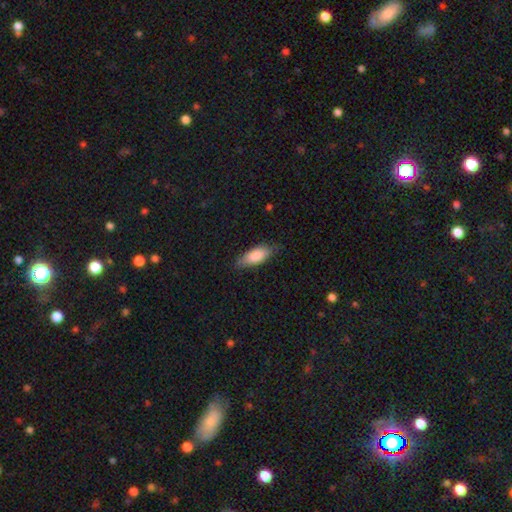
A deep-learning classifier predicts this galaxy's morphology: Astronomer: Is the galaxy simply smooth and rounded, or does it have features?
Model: smooth — 82%.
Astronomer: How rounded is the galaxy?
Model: in between — 78%.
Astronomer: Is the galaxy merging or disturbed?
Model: none — 76%.